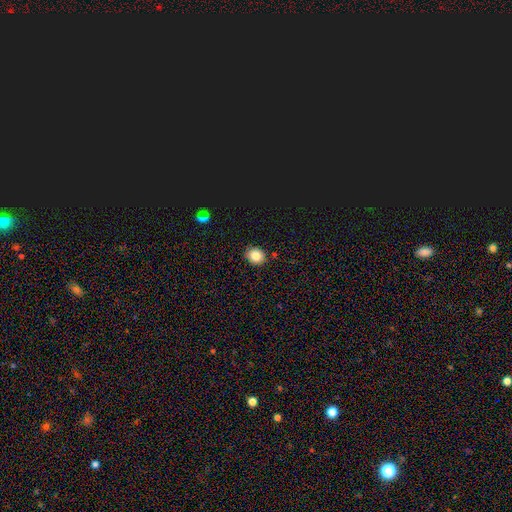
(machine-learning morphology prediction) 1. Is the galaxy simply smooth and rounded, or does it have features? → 82% smooth, 12% star or artifact, 6% featured or disk.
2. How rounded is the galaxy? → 76% round, 23% in between, 1% cigar-shaped.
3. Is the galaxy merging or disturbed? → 87% none, 9% minor disturbance, 2% merger, 2% major disturbance.